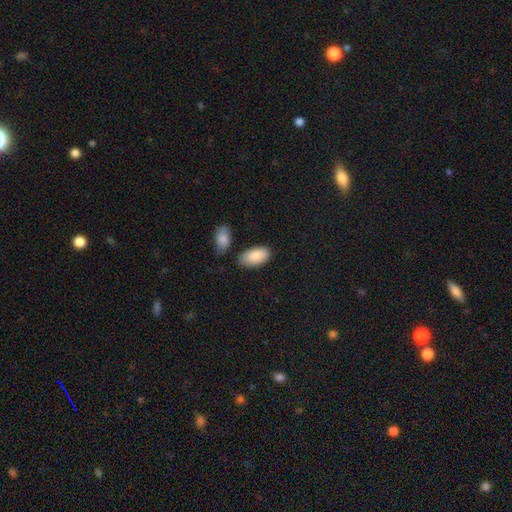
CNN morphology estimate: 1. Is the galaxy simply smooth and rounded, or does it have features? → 88% smooth, 7% featured or disk, 6% star or artifact.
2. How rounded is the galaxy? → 95% in between, 2% round, 2% cigar-shaped.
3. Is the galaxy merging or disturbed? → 77% none, 14% minor disturbance, 6% merger, 3% major disturbance.